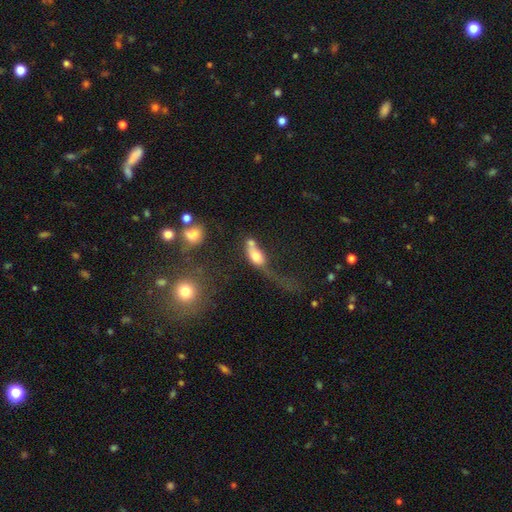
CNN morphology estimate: Smooth or featured? smooth (63%)
How rounded? in between (75%)
Merging? merger (38%)